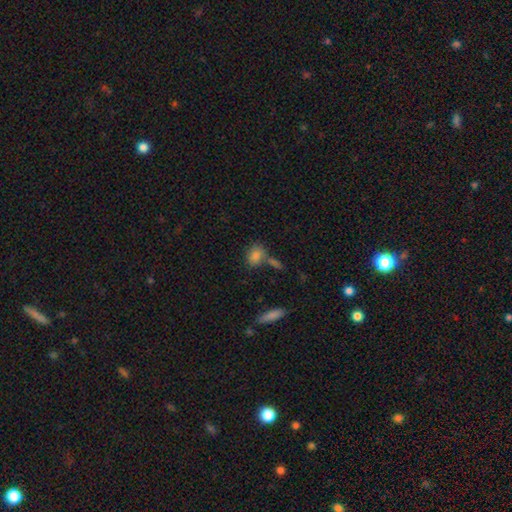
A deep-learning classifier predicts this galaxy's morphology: Smooth or featured? smooth (83%)
How rounded? in between (68%)
Merging? none (56%)